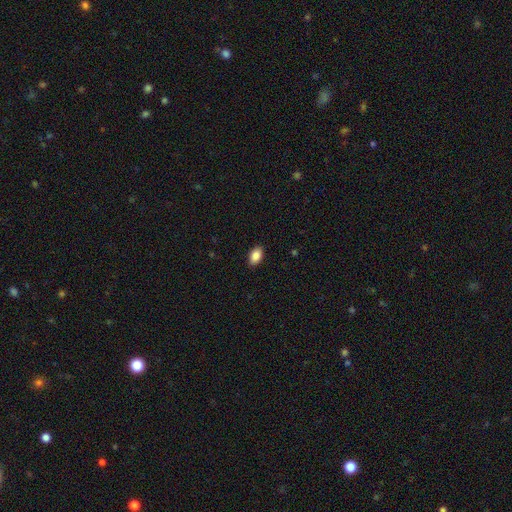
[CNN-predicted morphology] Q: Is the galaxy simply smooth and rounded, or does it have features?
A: smooth — 88%.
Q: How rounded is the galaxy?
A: in between — 92%.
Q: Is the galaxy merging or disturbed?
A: none — 90%.